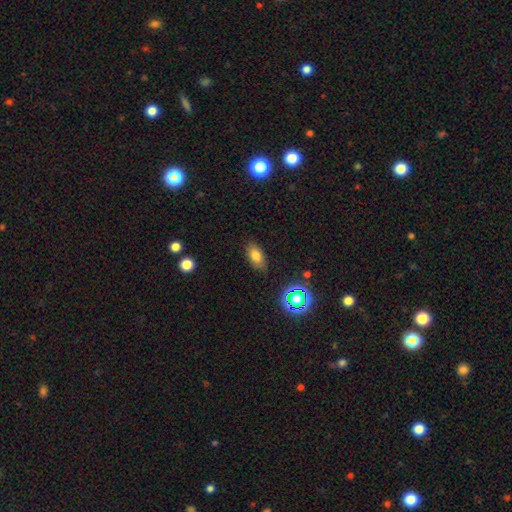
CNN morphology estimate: This is likely a smooth galaxy (77%). How rounded: clearly in between (88%). Merging: clearly none (84%).